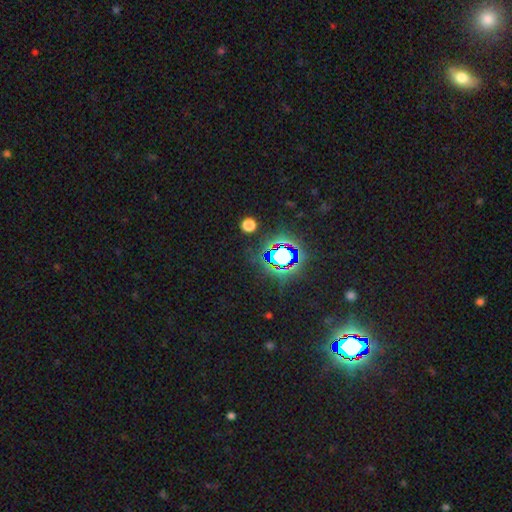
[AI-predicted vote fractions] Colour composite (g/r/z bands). It shows a star or artifact, not a galaxy (81%).